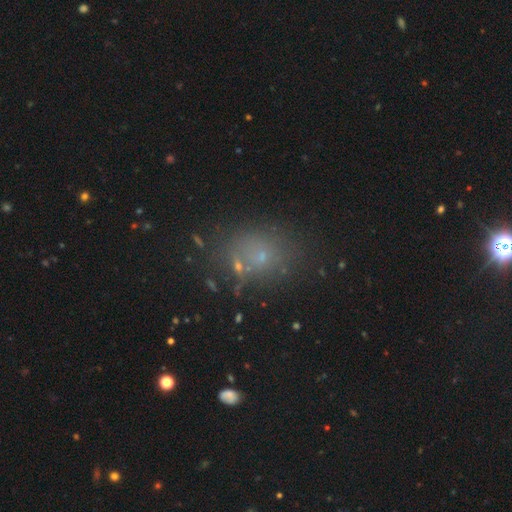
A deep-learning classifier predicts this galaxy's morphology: The model was most divided on "how rounded": round: 51%, in between: 47%, cigar-shaped: 2%. More confident: merging — none (69%); smooth or featured — smooth (55%).